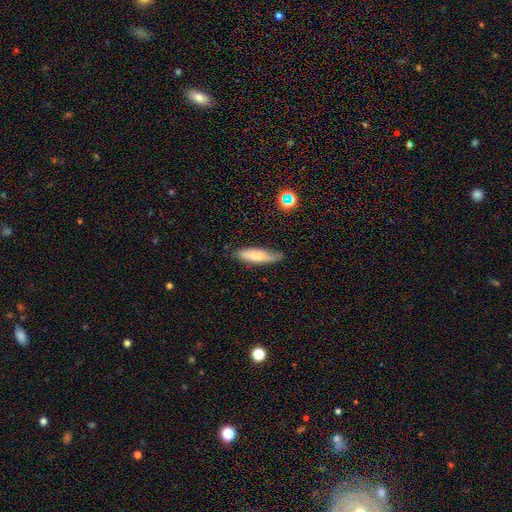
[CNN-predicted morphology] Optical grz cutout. It shows a smooth galaxy with no disk features (76%) that is cigar-shaped (60%). Merging: none (67%).